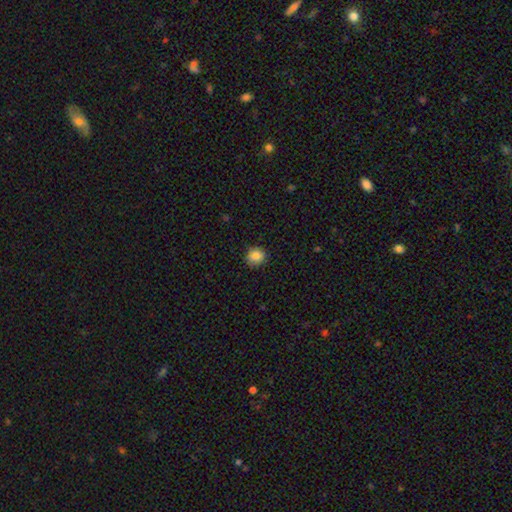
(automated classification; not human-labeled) Smooth or featured?
  - smooth: 87% *
  - star or artifact: 9%
  - featured or disk: 4%
How rounded?
  - round: 80% *
  - in between: 19%
  - cigar-shaped: 1%
Merging?
  - none: 82% *
  - minor disturbance: 14%
  - major disturbance: 3%
  - merger: 1%